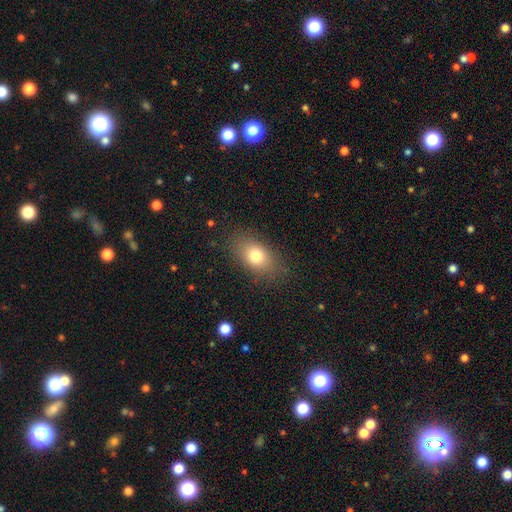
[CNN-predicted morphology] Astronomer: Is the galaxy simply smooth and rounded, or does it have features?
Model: smooth — 77%.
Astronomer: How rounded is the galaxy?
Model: in between — 79%.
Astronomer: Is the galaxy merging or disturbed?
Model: none — 83%.